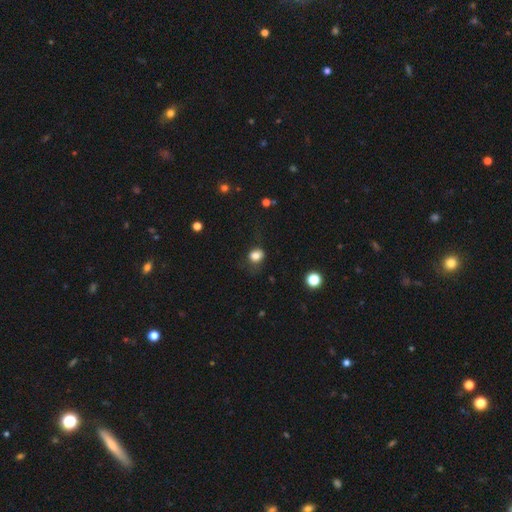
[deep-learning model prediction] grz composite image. It shows a smooth galaxy with no disk features (81%) that is round (60%). Merging: none (59%).